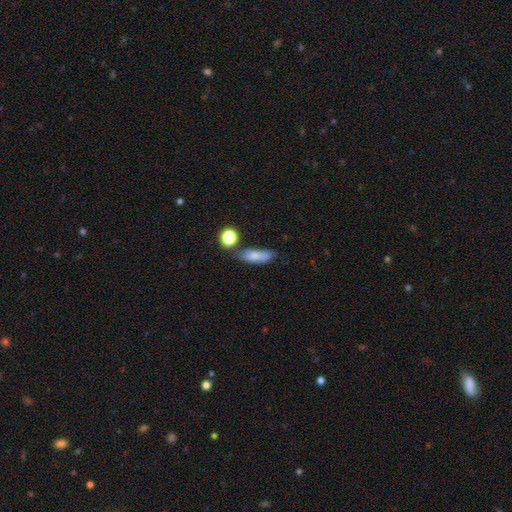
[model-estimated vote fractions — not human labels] smooth_or_featured: smooth (p=0.74) [alt: featured or disk p=0.16]
how_rounded: in between (p=0.64) [alt: cigar-shaped p=0.31]
merging: none (p=0.62) [alt: minor disturbance p=0.21]